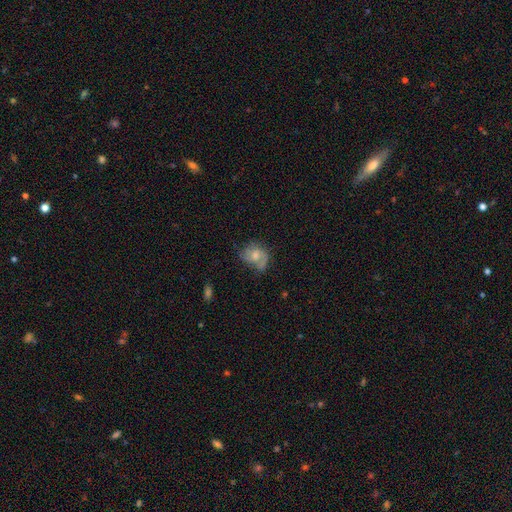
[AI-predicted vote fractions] This appears to be a featured or disk galaxy (47%). Merging: none (46%).